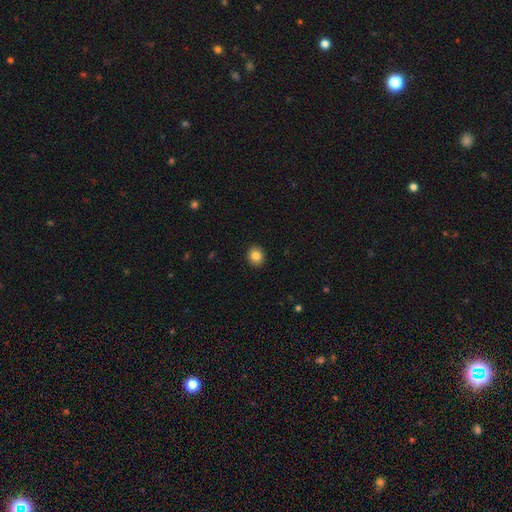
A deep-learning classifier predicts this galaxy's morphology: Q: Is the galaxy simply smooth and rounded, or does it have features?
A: smooth — 85%.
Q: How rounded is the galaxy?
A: round — 85%.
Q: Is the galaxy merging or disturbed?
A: none — 93%.